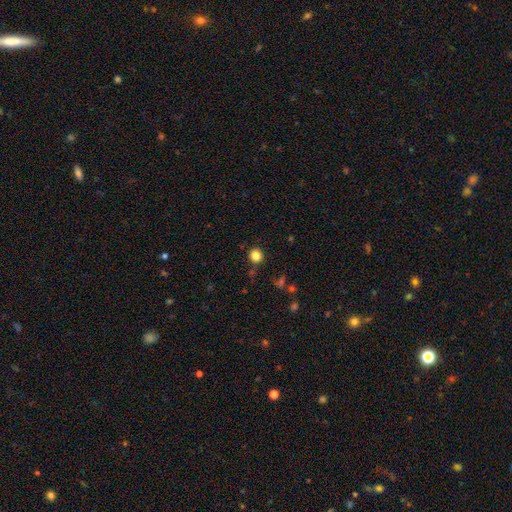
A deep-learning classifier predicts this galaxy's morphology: Overall: smooth (84%). How rounded: round (90%). Merging: none (87%).